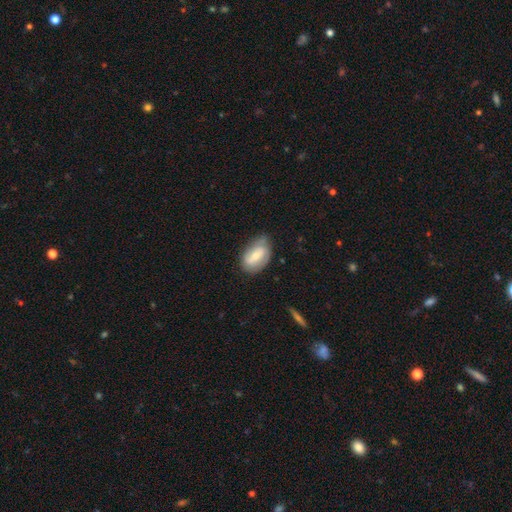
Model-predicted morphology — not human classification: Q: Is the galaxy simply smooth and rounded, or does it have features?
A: smooth — 53%.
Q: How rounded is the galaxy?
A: in between — 90%.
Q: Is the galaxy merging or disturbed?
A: none — 63%.